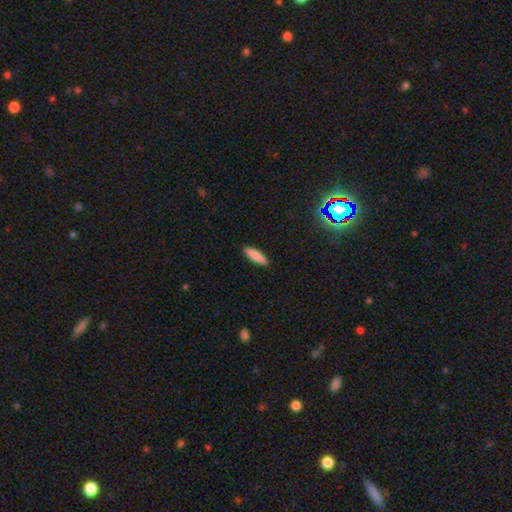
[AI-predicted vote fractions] This appears to be a smooth galaxy with no disk features (86%) that is cigar-shaped (68%). Merging: none (90%).